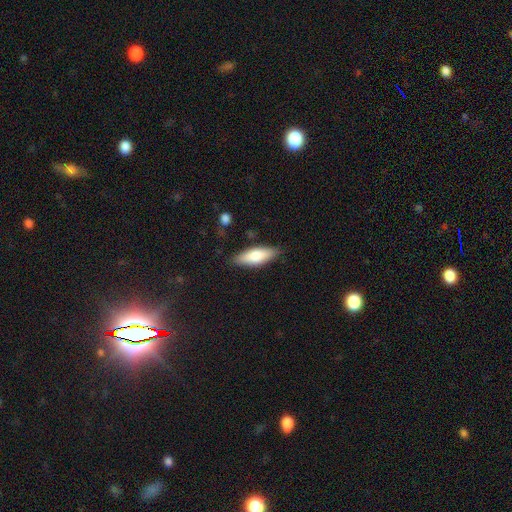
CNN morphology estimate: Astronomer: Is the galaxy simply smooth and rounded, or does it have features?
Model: smooth — 73%.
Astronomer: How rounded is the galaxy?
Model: in between — 61% (runner-up: cigar-shaped, 37%).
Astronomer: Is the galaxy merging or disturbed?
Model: none — 83%.